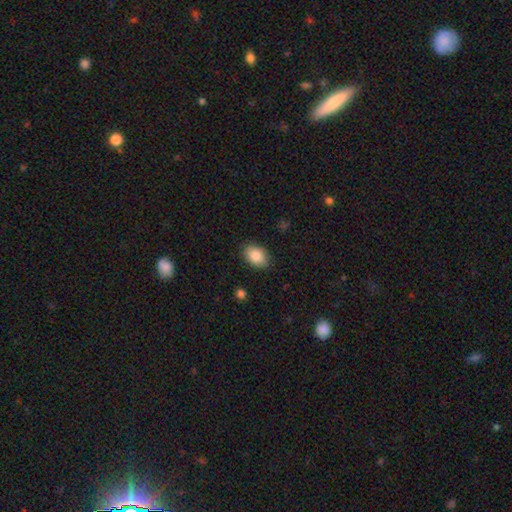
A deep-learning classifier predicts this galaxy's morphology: This is clearly a smooth galaxy (87%). How rounded: clearly in between (84%). Merging: clearly none (87%).